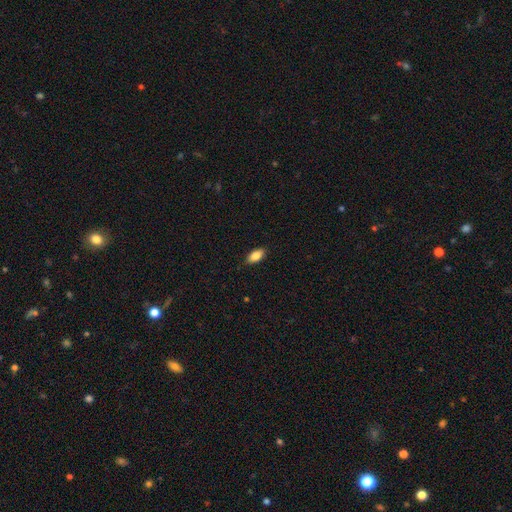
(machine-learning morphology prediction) type=smooth (83%); roundness=in between (89%); merging=none (87%).